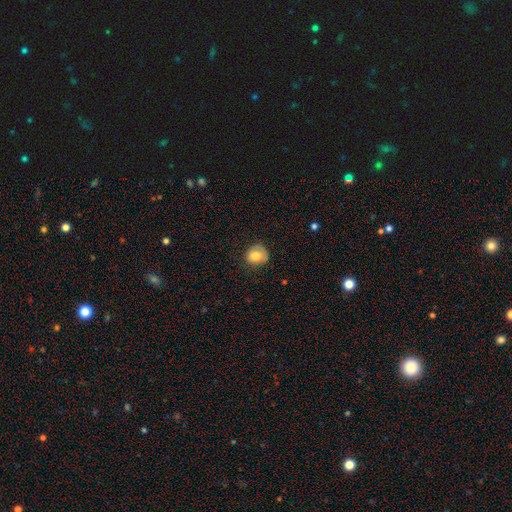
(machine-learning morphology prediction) Smooth or featured? smooth (79%)
How rounded? round (65%)
Merging? none (57%)